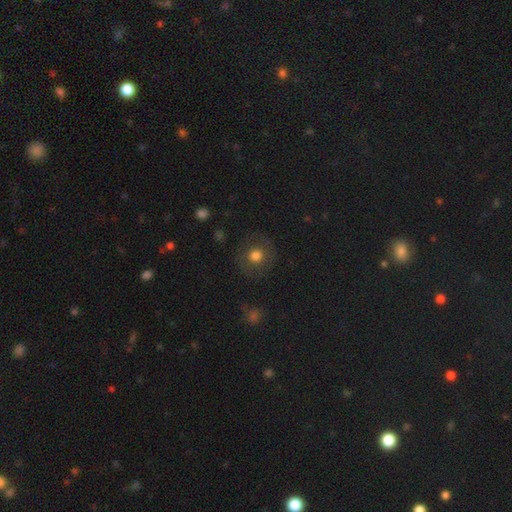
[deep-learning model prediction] smooth-or-featured: smooth: 70% | featured or disk: 18% | star or artifact: 12%
  how-rounded: round: 91% | in between: 8% | cigar-shaped: 1%
  merging: none: 83% | minor disturbance: 10% | major disturbance: 5% | merger: 1%